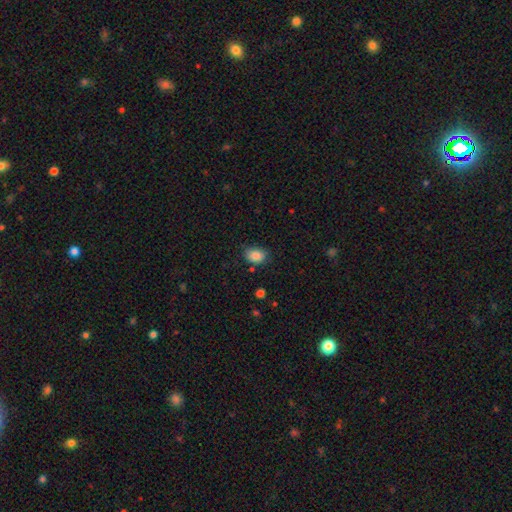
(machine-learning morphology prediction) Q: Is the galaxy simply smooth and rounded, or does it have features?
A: smooth — 87%.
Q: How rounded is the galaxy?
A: in between — 70%.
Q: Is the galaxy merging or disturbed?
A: none — 79%.